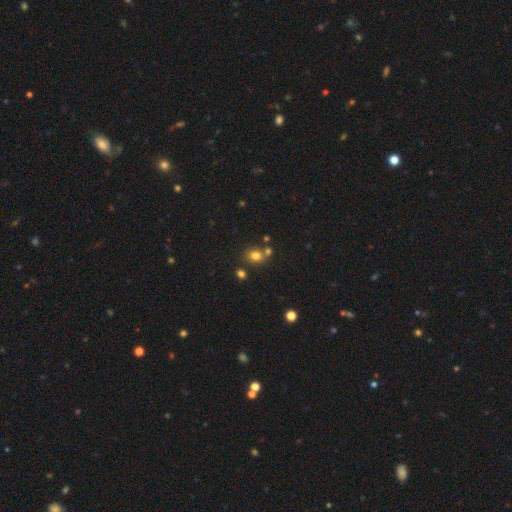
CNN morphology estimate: A smooth galaxy with no disk features (77%) that is round (69%).

Vote fractions:
- Smooth or featured? smooth: 77% / star or artifact: 15% / featured or disk: 8%
- How rounded? round: 69% / in between: 30% / cigar-shaped: 1%
- Merging? none: 66% / merger: 20% / minor disturbance: 11% / major disturbance: 3%